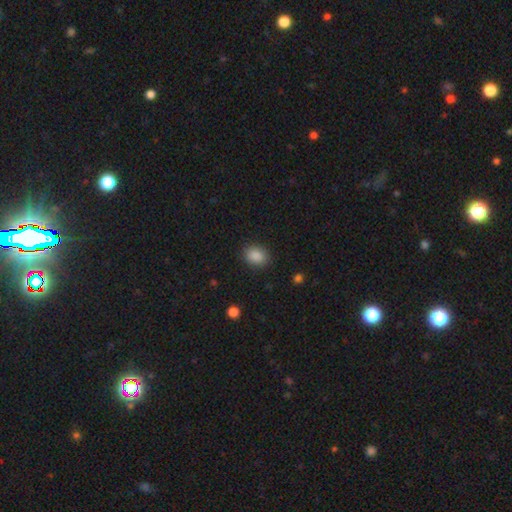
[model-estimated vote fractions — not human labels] The model was most divided on "how rounded": in between: 59%, round: 40%, cigar-shaped: 1%. More confident: smooth or featured — smooth (88%); merging — none (87%).